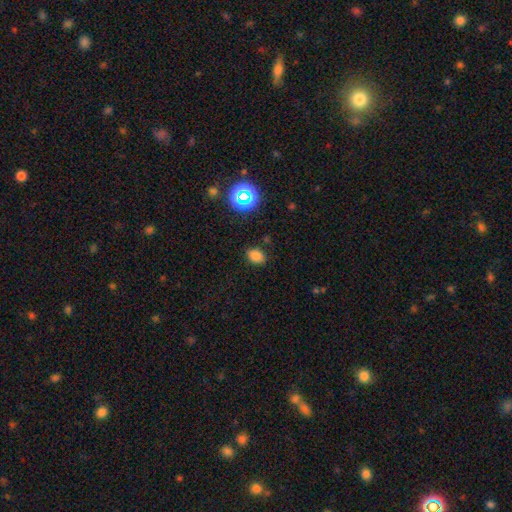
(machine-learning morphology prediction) smooth 78%, star or artifact 17%, featured or disk 5%. Down the decision tree: how rounded — in between (66%); merging — none (84%).